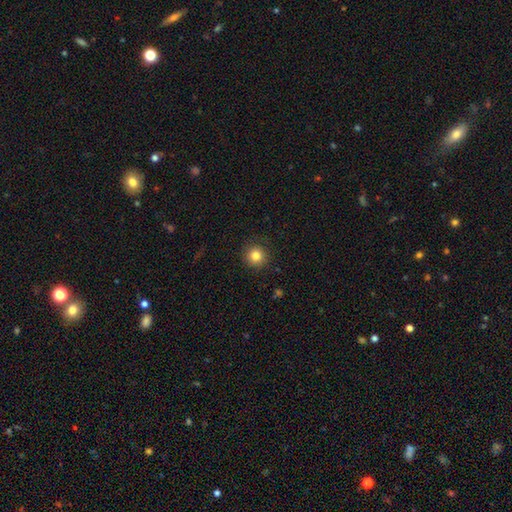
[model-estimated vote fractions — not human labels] Q: Smooth or featured?
A: smooth (84%); runner-up: star or artifact (11%)
Q: How rounded?
A: round (94%); runner-up: in between (5%)
Q: Merging?
A: none (91%); runner-up: minor disturbance (6%)